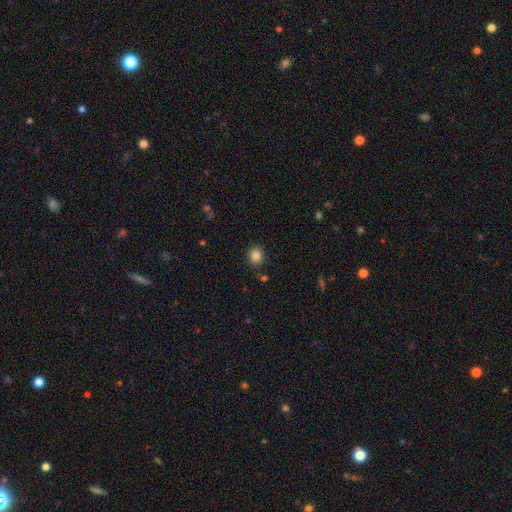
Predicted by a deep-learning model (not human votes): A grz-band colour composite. It shows a smooth galaxy with no disk features (85%) that is round (74%). Merging: none (87%).